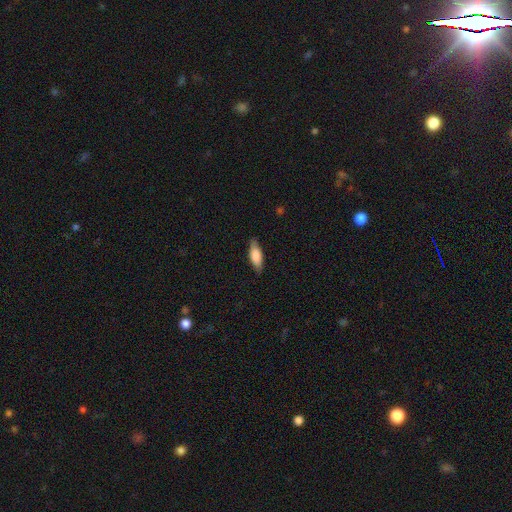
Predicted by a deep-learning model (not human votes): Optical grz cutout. It shows a smooth galaxy with no disk features (78%) that is in between round and cigar-shaped (66%). Merging: none (81%).